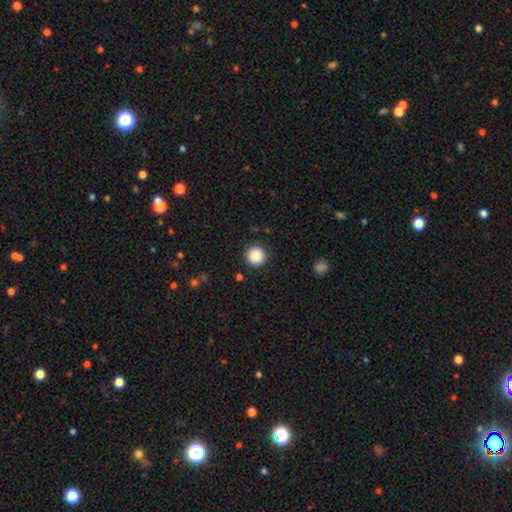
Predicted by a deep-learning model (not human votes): smooth-or-featured: smooth: 88% | star or artifact: 9% | featured or disk: 3%
  how-rounded: round: 95% | in between: 4% | cigar-shaped: 1%
  merging: none: 91% | minor disturbance: 6% | major disturbance: 2% | merger: 1%